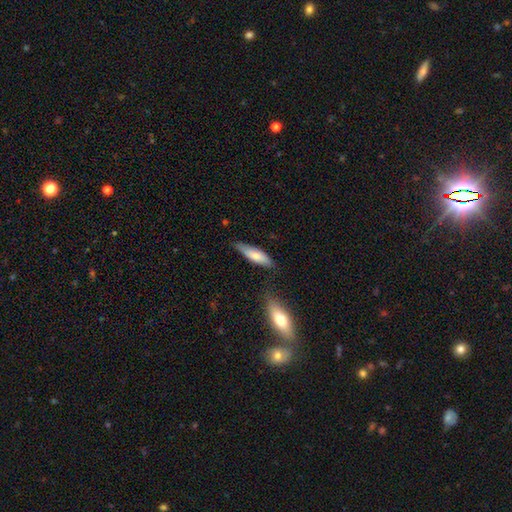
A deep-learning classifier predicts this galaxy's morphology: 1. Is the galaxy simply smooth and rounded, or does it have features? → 70% smooth, 24% featured or disk, 6% star or artifact.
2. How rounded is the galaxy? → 54% cigar-shaped, 44% in between, 2% round.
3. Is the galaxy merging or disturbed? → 66% none, 23% minor disturbance, 6% merger, 4% major disturbance.